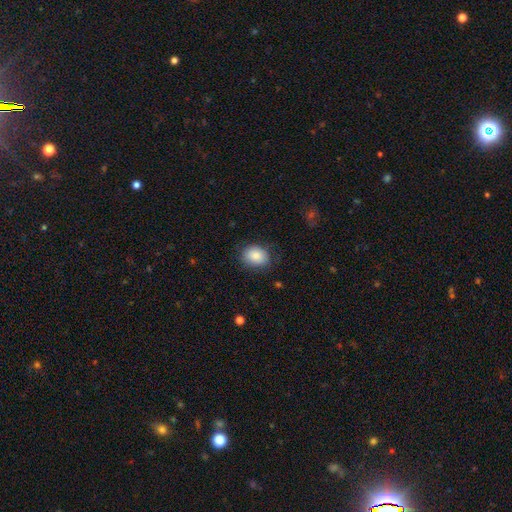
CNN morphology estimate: Q: Smooth or featured?
A: smooth (87%); runner-up: star or artifact (7%)
Q: How rounded?
A: in between (59%); runner-up: round (41%)
Q: Merging?
A: none (79%); runner-up: minor disturbance (16%)